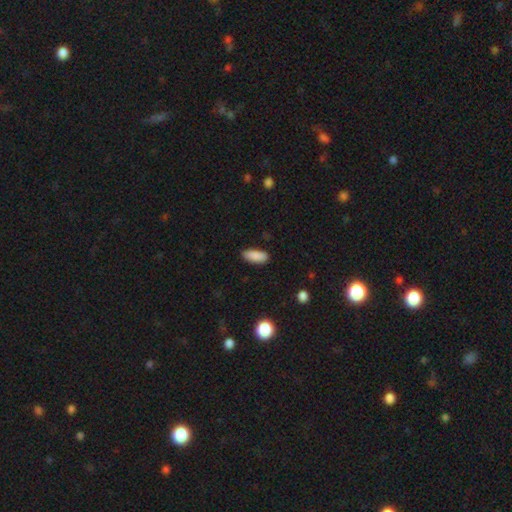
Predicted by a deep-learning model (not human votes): A smooth galaxy with no disk features (89%) that is in between round and cigar-shaped (76%).

Vote fractions:
- Smooth or featured? smooth: 89% / star or artifact: 7% / featured or disk: 4%
- How rounded? in between: 76% / cigar-shaped: 22% / round: 2%
- Merging? none: 86% / minor disturbance: 11% / major disturbance: 2% / merger: 1%